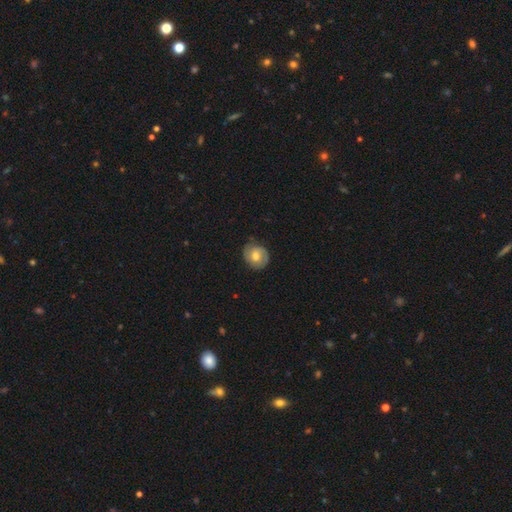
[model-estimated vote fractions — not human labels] featured or disk 50%, smooth 43%, star or artifact 7%. Down the decision tree: edge-on disk — no (97%); merging — none (77%).